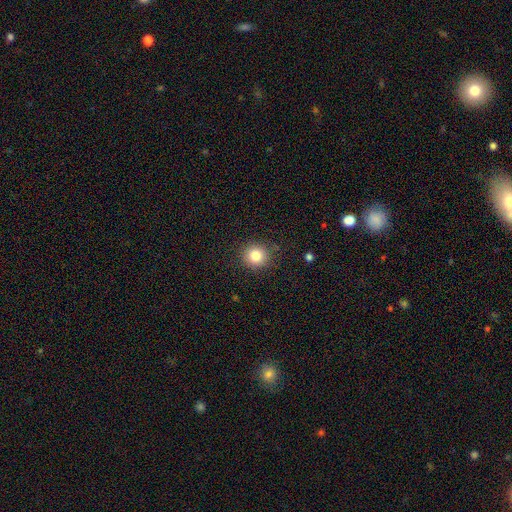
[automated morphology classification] Smooth or featured?
  - smooth: 82% *
  - star or artifact: 11%
  - featured or disk: 6%
How rounded?
  - round: 91% *
  - in between: 8%
  - cigar-shaped: 1%
Merging?
  - none: 89% *
  - minor disturbance: 8%
  - major disturbance: 2%
  - merger: 1%